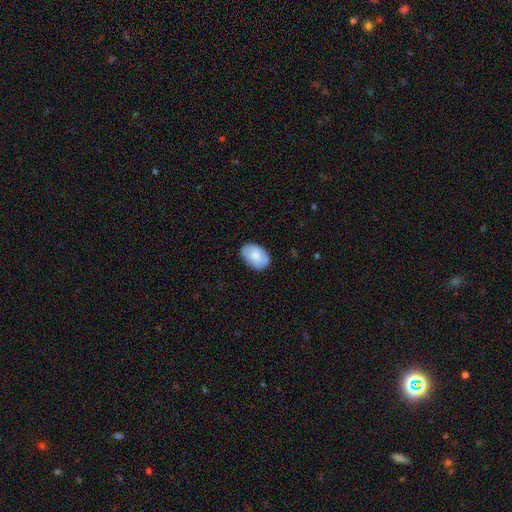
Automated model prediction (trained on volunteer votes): smooth 82%, featured or disk 12%, star or artifact 6%. Down the decision tree: how rounded — in between (90%); merging — none (84%).